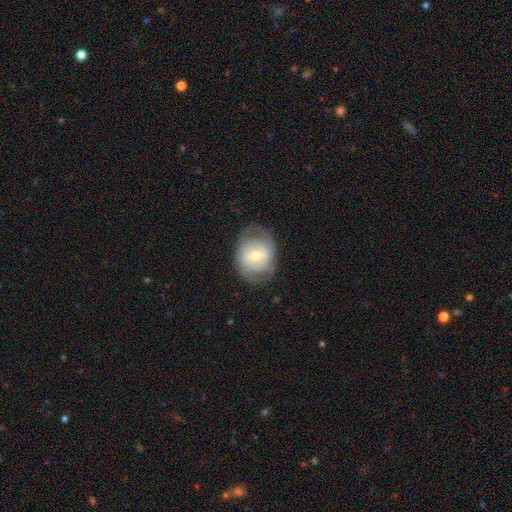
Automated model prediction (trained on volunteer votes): smooth-or-featured: featured or disk: 55% | smooth: 39% | star or artifact: 6%
  disk-edge-on: no: 95% | yes: 5%
    bar: weak: 45% | no: 36% | strong: 19%
    has-spiral-arms: yes: 50% (tied) | no: 50% (tied)
    bulge-size: moderate: 60% | small: 33% | large: 5% | none: 1% | dominant: 1%
  merging: none: 66% | minor disturbance: 21% | major disturbance: 12% | merger: 1%